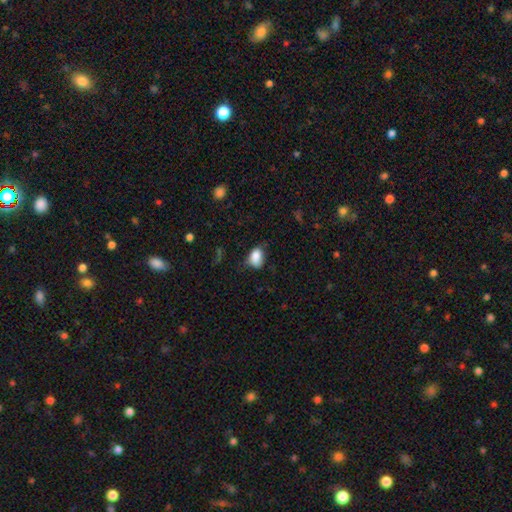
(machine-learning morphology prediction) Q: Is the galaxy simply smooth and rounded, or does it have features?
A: smooth — 85%.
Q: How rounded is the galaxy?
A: in between — 84%.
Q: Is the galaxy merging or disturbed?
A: none — 54%.